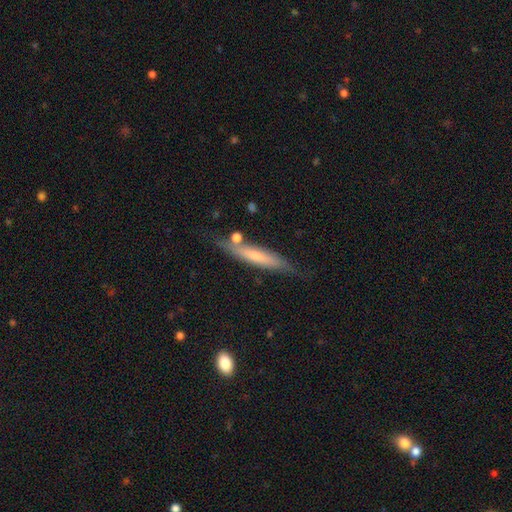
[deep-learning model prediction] Smooth or featured? Predicted: smooth (p=0.54). How rounded? Predicted: cigar-shaped (p=0.88). Merging? Predicted: none (p=0.70).